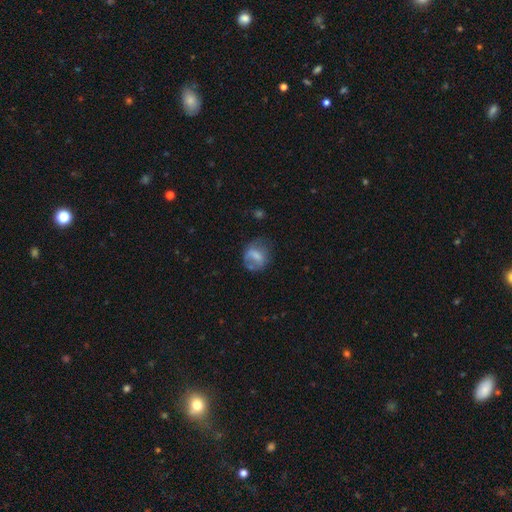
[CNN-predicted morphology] Overall: smooth (60%; featured or disk 30%). How rounded: round (63%; in between 35%). Merging: none (47%; minor disturbance 27%).